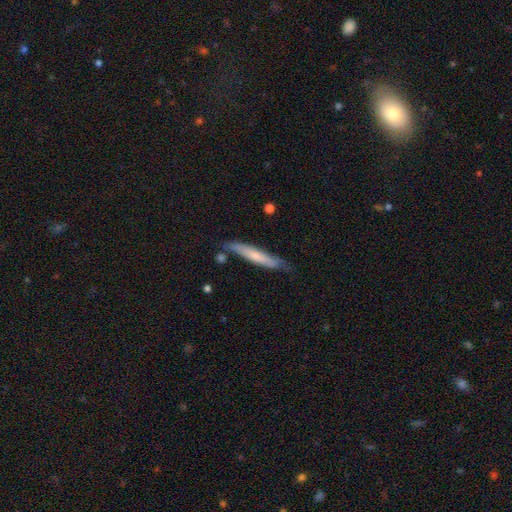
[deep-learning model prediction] The model was most divided on "smooth or featured": smooth: 58%, featured or disk: 37%, star or artifact: 5%. More confident: how rounded — cigar-shaped (93%); merging — none (71%).